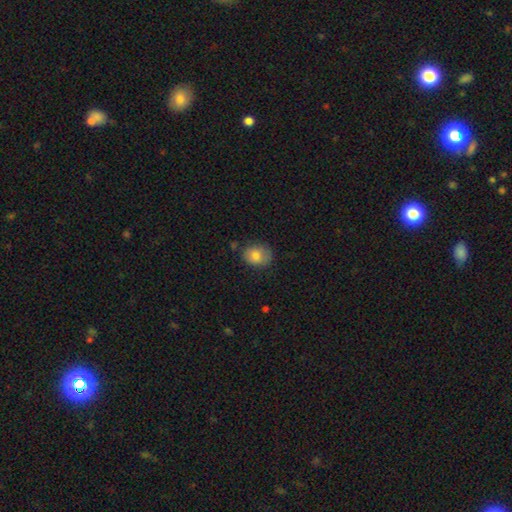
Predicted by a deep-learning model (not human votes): smooth 80%, featured or disk 11%, star or artifact 9%. Down the decision tree: how rounded — in between (54%); merging — none (70%).